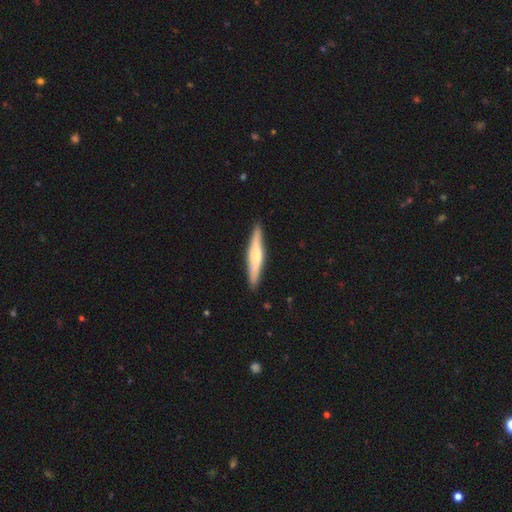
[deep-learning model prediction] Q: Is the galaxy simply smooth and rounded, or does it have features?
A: smooth — 48%.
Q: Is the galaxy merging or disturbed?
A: none — 90%.